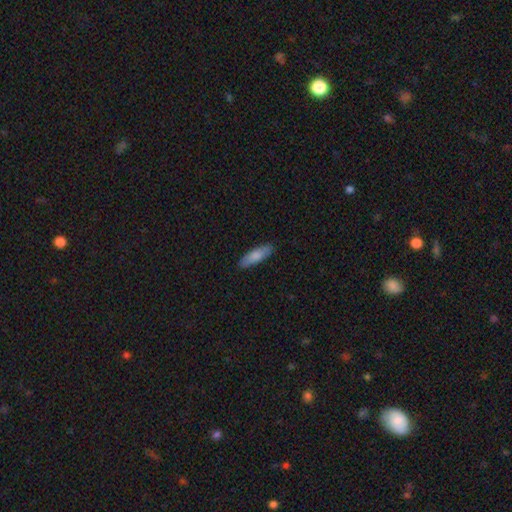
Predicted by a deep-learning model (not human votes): Smooth or featured? Predicted: smooth (p=0.82). How rounded? Predicted: cigar-shaped (p=0.55). Merging? Predicted: none (p=0.88).